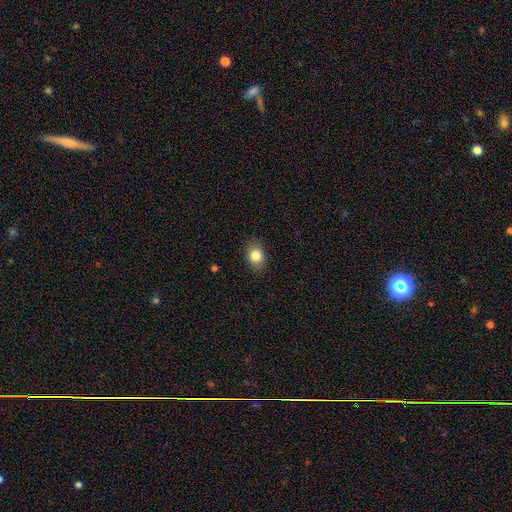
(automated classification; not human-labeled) A smooth galaxy with no disk features (83%) that is in between round and cigar-shaped (67%). Merging: none (86%).